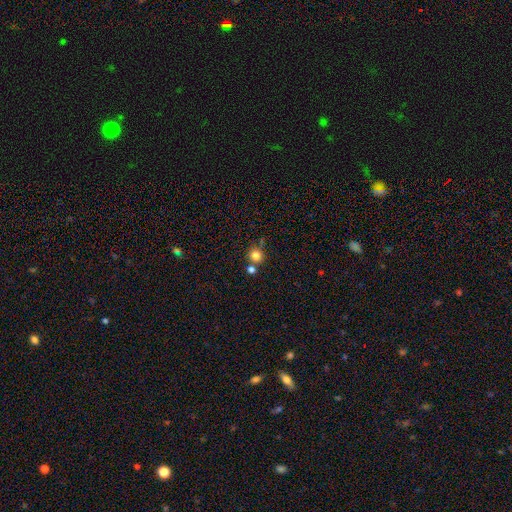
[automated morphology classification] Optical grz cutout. It shows a smooth galaxy with no disk features (82%) that is round (92%). Merging: none (69%).